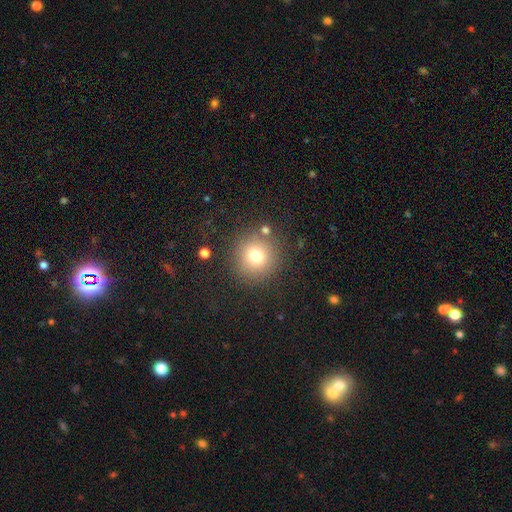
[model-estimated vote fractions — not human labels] Overall: smooth (74%). How rounded: round (94%). Merging: none (83%).